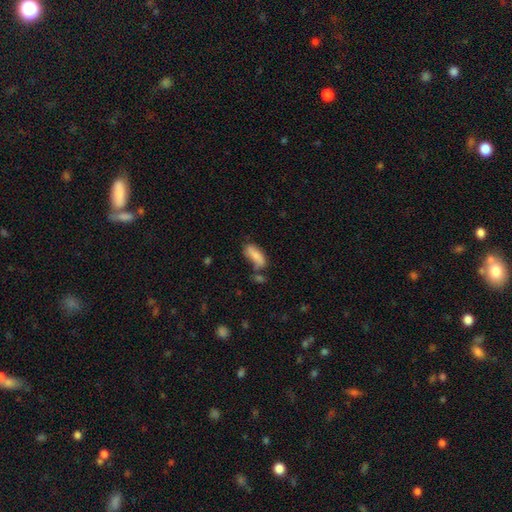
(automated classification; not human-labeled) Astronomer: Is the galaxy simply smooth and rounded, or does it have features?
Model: smooth — 80%.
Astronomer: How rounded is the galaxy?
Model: in between — 75%.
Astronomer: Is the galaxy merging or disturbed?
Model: none — 48% (runner-up: minor disturbance, 24%).